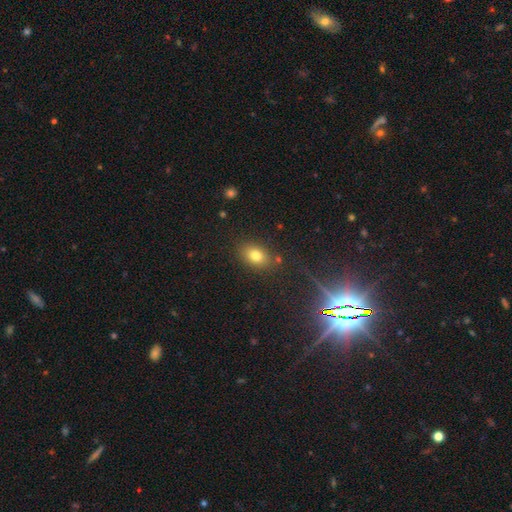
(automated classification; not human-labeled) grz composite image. It shows a smooth galaxy with no disk features (77%) that is in between round and cigar-shaped (72%). Merging: none (82%).